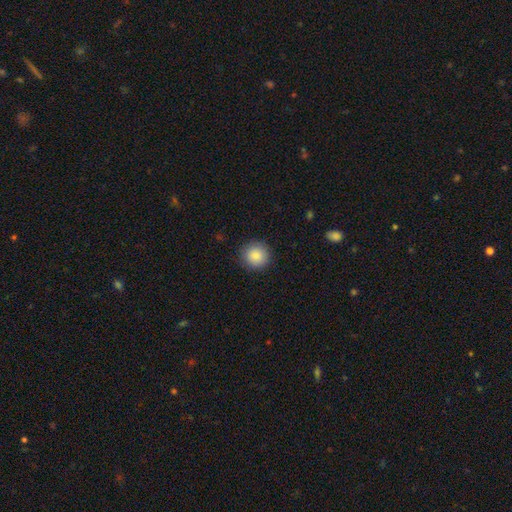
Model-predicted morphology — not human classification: This appears to be a smooth galaxy with no disk features (88%) that is round (93%). Merging: none (90%).